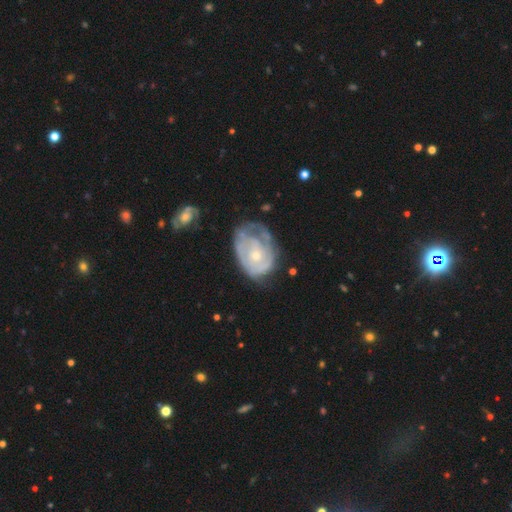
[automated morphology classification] This is likely a featured or disk galaxy (69%). It is clearly not viewed edge-on (97%). Bar: clearly no (80%). Spiral arm pattern: likely yes (62%). Central bulge: likely small (61%). Merging: marginally none (41%).